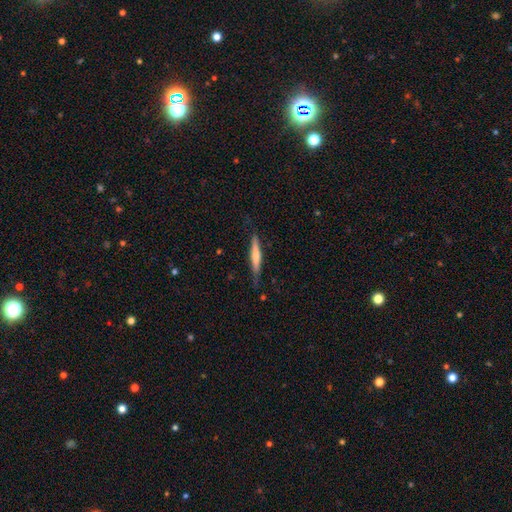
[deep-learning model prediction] Morphology: type=smooth (53%); roundness=cigar-shaped (93%); merging=none (78%).